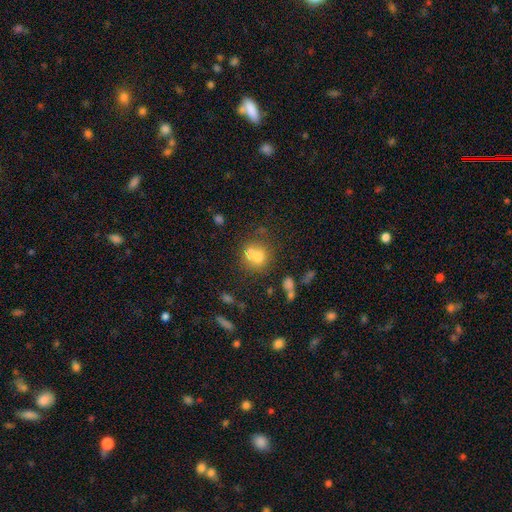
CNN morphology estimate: smooth_or_featured: smooth (p=0.66) [alt: featured or disk p=0.22]
how_rounded: round (p=0.77) [alt: in between p=0.22]
merging: merger (p=0.51) [alt: none p=0.35]